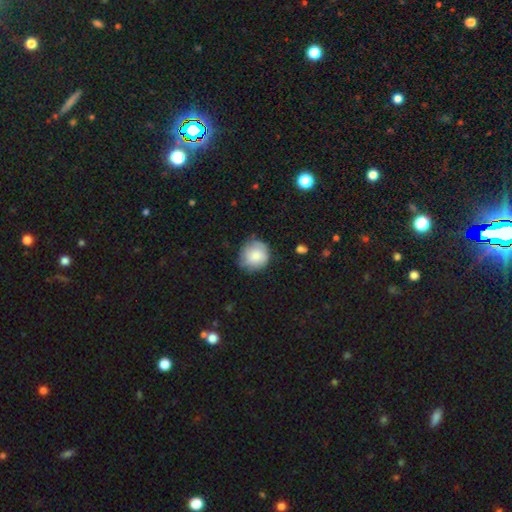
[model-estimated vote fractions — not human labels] This is likely a smooth galaxy (79%). How rounded: clearly round (89%). Merging: likely none (71%).